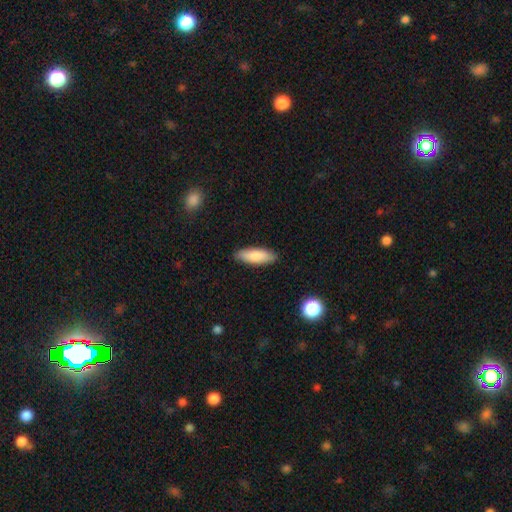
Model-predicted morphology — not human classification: type=smooth (84%); roundness=in between (59%); merging=none (88%).